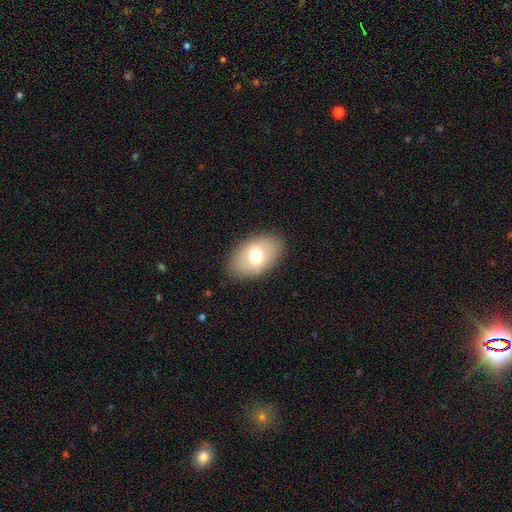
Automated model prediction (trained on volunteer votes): Smooth or featured?
  - smooth: 68% *
  - featured or disk: 24%
  - star or artifact: 8%
How rounded?
  - in between: 89% *
  - round: 9%
  - cigar-shaped: 1%
Merging?
  - none: 86% *
  - minor disturbance: 10%
  - major disturbance: 3%
  - merger: 1%